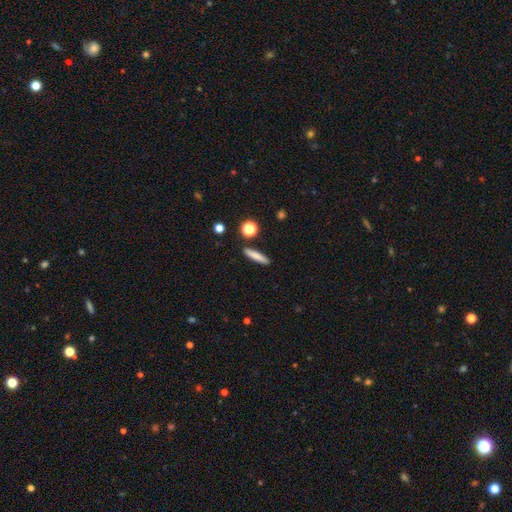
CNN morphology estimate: This is likely a smooth galaxy (77%). How rounded: clearly cigar-shaped (84%). Merging: clearly none (89%).